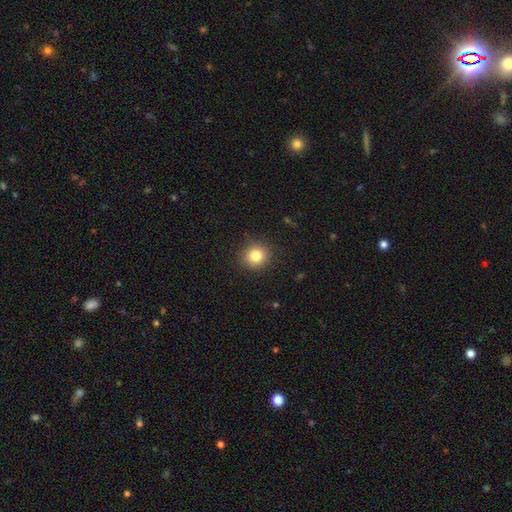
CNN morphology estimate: Q: Smooth or featured?
A: smooth (83%); runner-up: star or artifact (11%)
Q: How rounded?
A: round (88%); runner-up: in between (11%)
Q: Merging?
A: none (90%); runner-up: minor disturbance (7%)